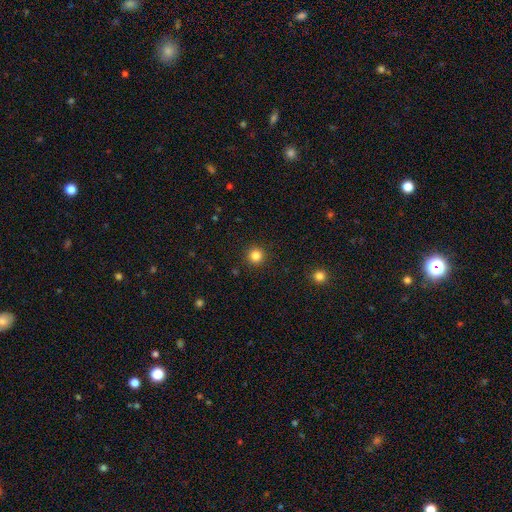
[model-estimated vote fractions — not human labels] Smooth or featured? Predicted: smooth (p=0.83). How rounded? Predicted: round (p=0.96). Merging? Predicted: none (p=0.92).